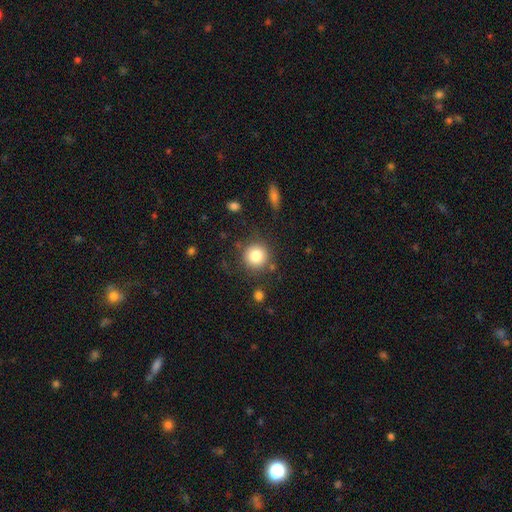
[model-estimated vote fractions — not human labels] smooth-or-featured: smooth: 82% | star or artifact: 11% | featured or disk: 8%
  how-rounded: round: 93% | in between: 6% | cigar-shaped: 1%
  merging: none: 84% | minor disturbance: 9% | merger: 4% | major disturbance: 3%